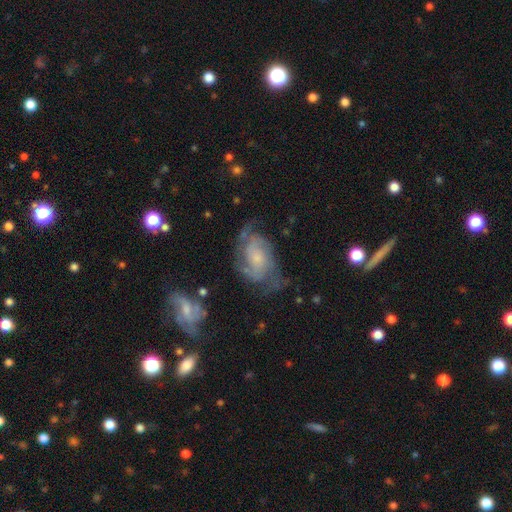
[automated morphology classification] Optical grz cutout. It shows a featured or disk galaxy (77%) with no bar (67%), 2 (41%) medium (44%) spiral arms (91%) and a small central bulge (56%). Merging: none (57%).